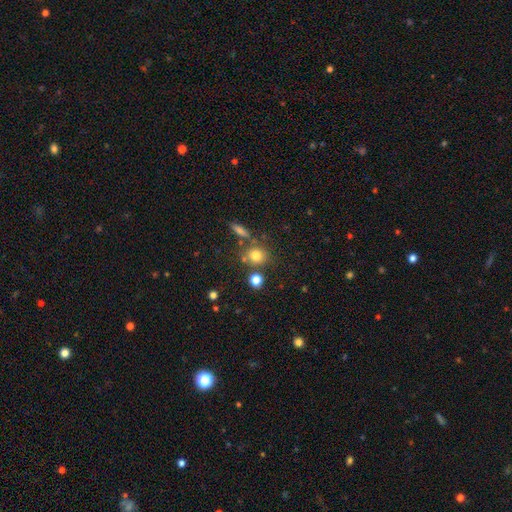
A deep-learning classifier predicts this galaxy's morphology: The model was most divided on "merging": none: 68%, merger: 17%, minor disturbance: 11%, major disturbance: 5%. More confident: how rounded — round (80%); smooth or featured — smooth (77%).